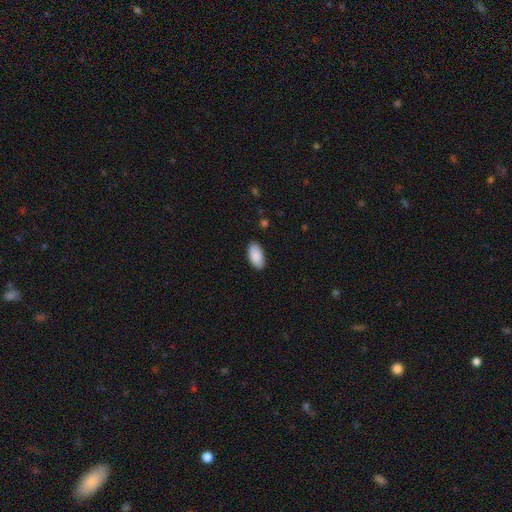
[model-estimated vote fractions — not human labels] Morphology: type=smooth (89%); roundness=in between (95%); merging=none (87%).